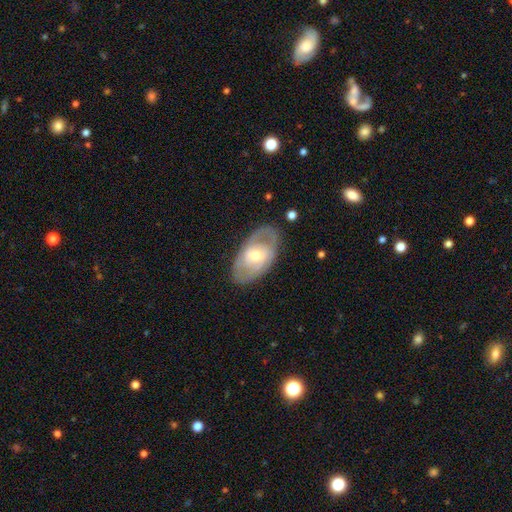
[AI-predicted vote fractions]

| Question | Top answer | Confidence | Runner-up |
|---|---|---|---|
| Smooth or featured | featured or disk | 64% | smooth (31%) |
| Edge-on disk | no | 91% | yes (9%) |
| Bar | no | 64% | weak (28%) |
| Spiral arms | yes | 52% | no (48%) |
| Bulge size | moderate | 61% | small (30%) |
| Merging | none | 76% | minor disturbance (16%) |